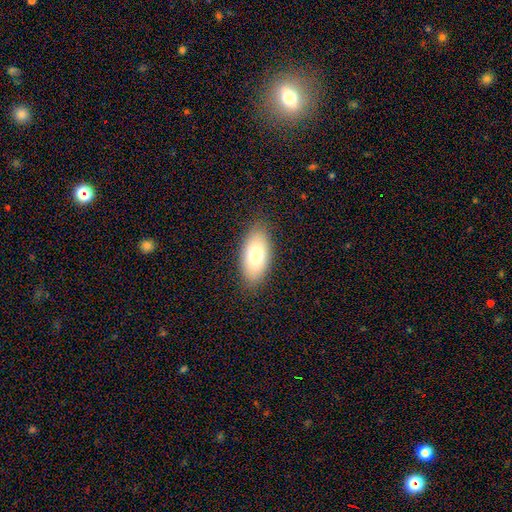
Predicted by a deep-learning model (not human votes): Smooth or featured? smooth (76%)
How rounded? in between (92%)
Merging? none (86%)